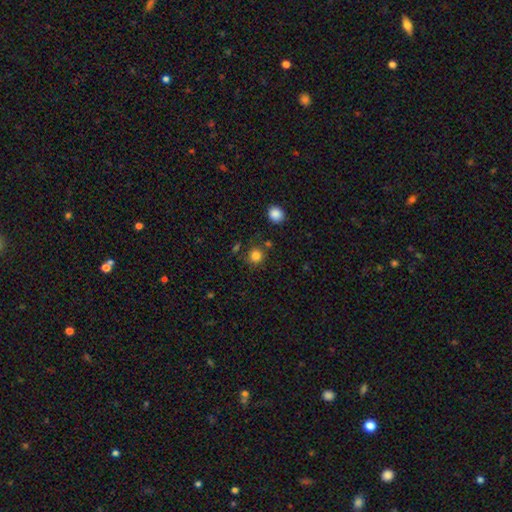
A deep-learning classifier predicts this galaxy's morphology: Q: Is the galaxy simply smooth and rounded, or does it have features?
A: smooth — 82%.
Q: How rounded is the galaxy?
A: round — 91%.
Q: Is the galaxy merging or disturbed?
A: none — 81%.